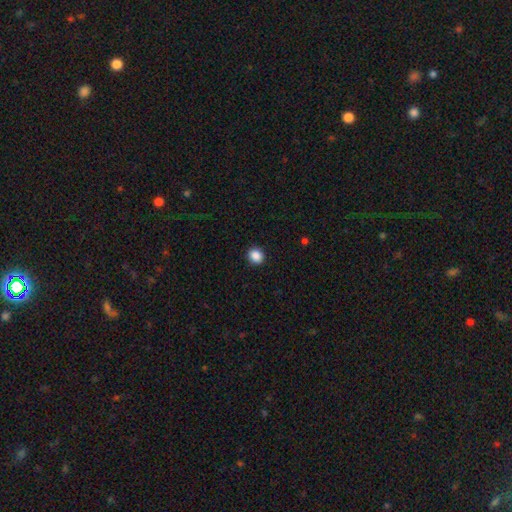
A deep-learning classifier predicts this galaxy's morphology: The model was most divided on "how rounded": round: 84%, in between: 15%, cigar-shaped: 1%. More confident: merging — none (92%); smooth or featured — smooth (88%).